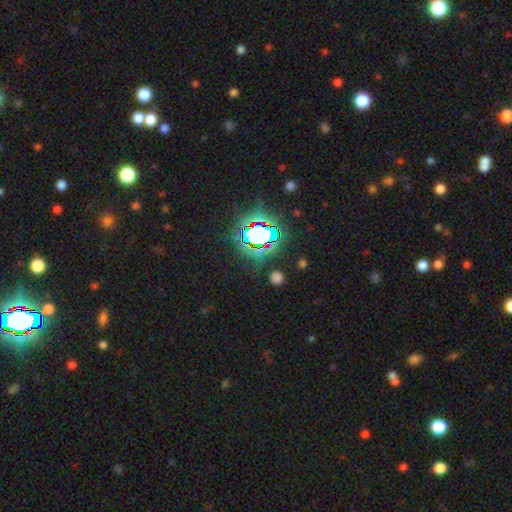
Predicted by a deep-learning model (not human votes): A star or artifact, not a galaxy (83%).